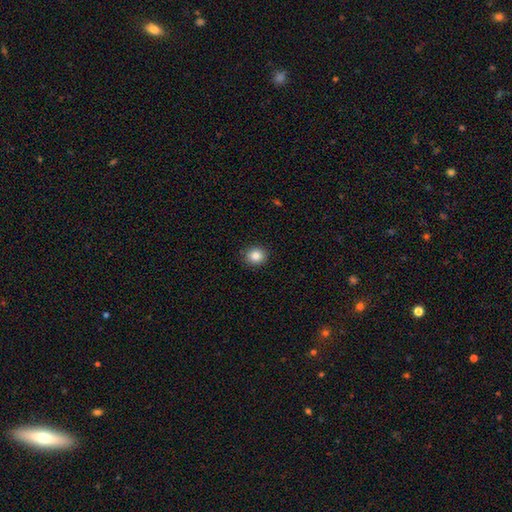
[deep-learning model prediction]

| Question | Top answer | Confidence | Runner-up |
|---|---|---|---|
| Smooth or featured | smooth | 85% | star or artifact (10%) |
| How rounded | round | 79% | in between (20%) |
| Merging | none | 90% | minor disturbance (7%) |